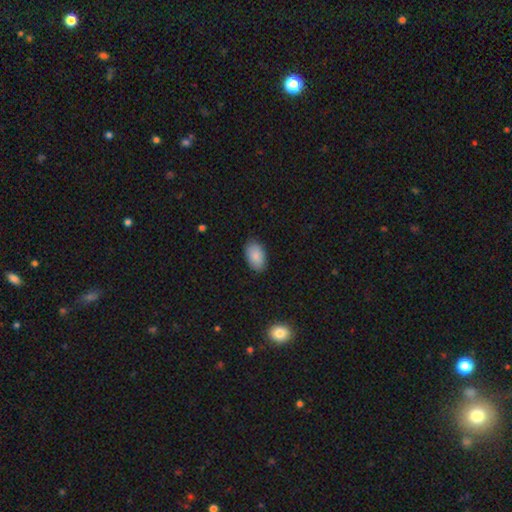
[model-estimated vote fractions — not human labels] Morphology: type=smooth (88%); roundness=in between (93%); merging=none (86%).